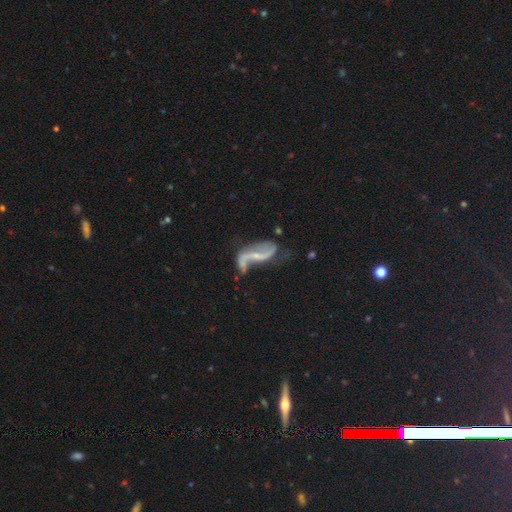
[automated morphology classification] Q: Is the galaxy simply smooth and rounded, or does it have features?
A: featured or disk — 85%.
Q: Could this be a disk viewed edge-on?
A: no — 94%.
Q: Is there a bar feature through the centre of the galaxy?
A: weak — 37%.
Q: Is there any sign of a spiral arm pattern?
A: yes — 91%.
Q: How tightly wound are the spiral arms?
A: loose — 83%.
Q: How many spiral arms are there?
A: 2 — 88%.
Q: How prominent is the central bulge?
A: small — 60%.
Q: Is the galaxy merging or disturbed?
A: none — 48%.